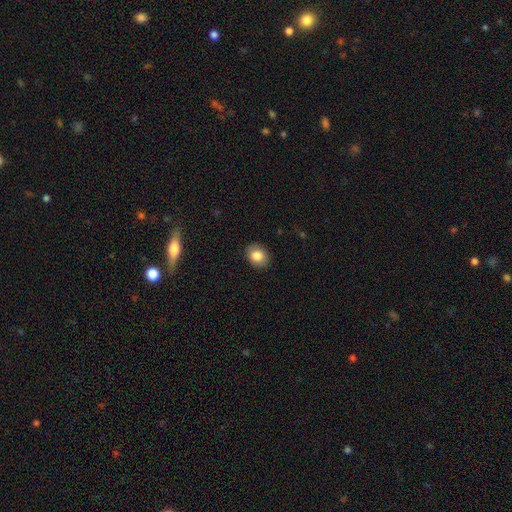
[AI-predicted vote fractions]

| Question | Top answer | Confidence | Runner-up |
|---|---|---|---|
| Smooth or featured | smooth | 84% | star or artifact (8%) |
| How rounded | round | 50% | in between (49%) |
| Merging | none | 88% | minor disturbance (9%) |